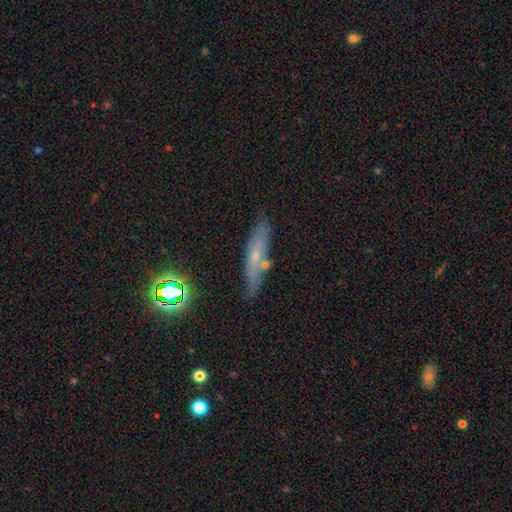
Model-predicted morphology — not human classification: smooth-or-featured: smooth: 48% | featured or disk: 38% | star or artifact: 14%
  merging: none: 73% | minor disturbance: 16% | merger: 7% | major disturbance: 4%